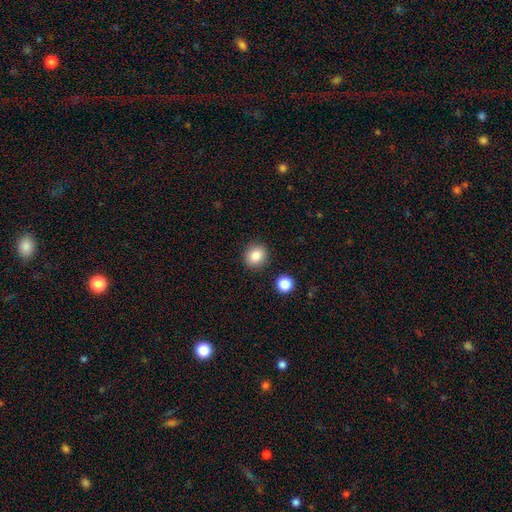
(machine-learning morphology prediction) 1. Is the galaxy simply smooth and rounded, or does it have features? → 85% smooth, 10% star or artifact, 5% featured or disk.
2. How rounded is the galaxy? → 84% round, 15% in between, 1% cigar-shaped.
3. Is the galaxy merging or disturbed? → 89% none, 7% minor disturbance, 2% merger, 2% major disturbance.